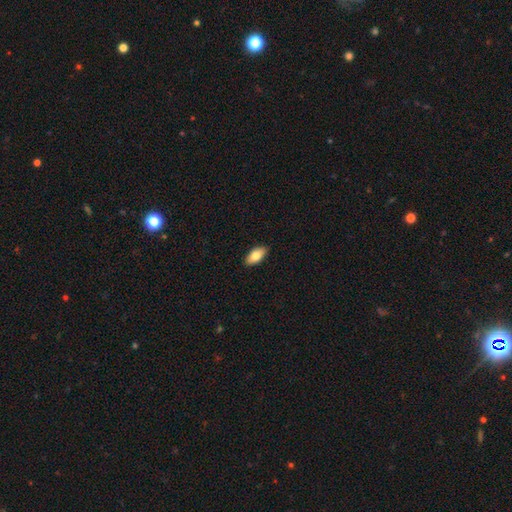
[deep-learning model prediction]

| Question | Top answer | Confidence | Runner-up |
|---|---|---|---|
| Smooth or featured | smooth | 79% | featured or disk (15%) |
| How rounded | in between | 90% | cigar-shaped (7%) |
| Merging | none | 89% | minor disturbance (8%) |